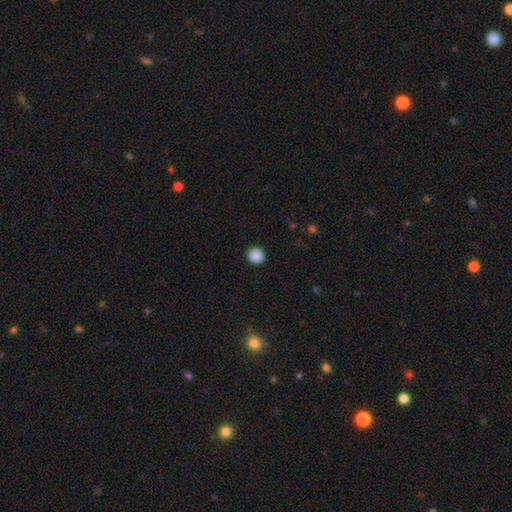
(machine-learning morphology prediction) Smooth or featured? Predicted: smooth (p=0.89). How rounded? Predicted: round (p=0.89). Merging? Predicted: none (p=0.91).